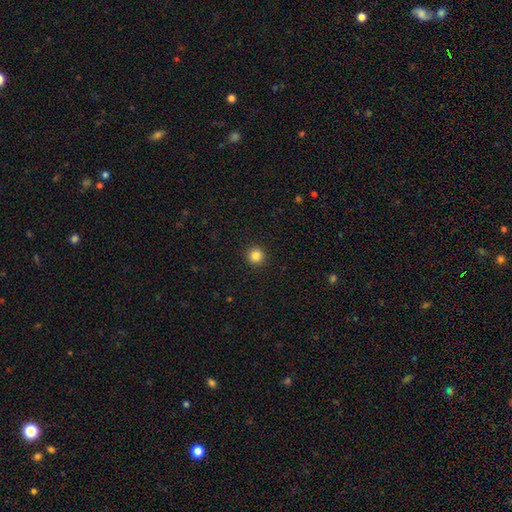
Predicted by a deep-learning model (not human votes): Q: Smooth or featured?
A: smooth (85%); runner-up: star or artifact (11%)
Q: How rounded?
A: round (95%); runner-up: in between (4%)
Q: Merging?
A: none (93%); runner-up: minor disturbance (5%)